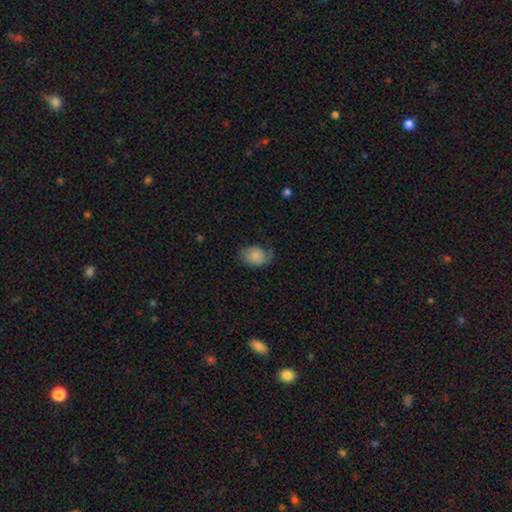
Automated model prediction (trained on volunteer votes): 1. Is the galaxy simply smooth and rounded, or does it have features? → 77% smooth, 16% featured or disk, 7% star or artifact.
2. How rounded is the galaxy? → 72% in between, 27% round, 1% cigar-shaped.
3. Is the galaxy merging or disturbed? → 55% none, 31% minor disturbance, 13% major disturbance, 1% merger.